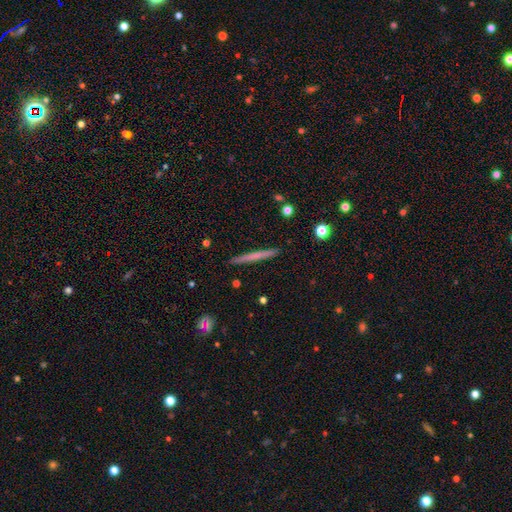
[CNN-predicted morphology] Smooth or featured? smooth (54%)
How rounded? cigar-shaped (97%)
Merging? none (92%)